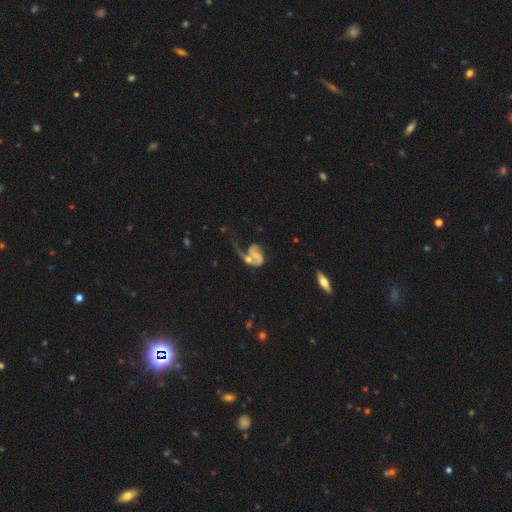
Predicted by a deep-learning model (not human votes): The model was most divided on "merging": merger: 36%, major disturbance: 32%, none: 20%, minor disturbance: 12%. Remaining: edge-on disk — no (97%); spiral arms — yes (81%); smooth or featured — featured or disk (74%); bar — no (62%); spiral winding — loose (51%); spiral arm count — 1 (50%); bulge size — small (45%).